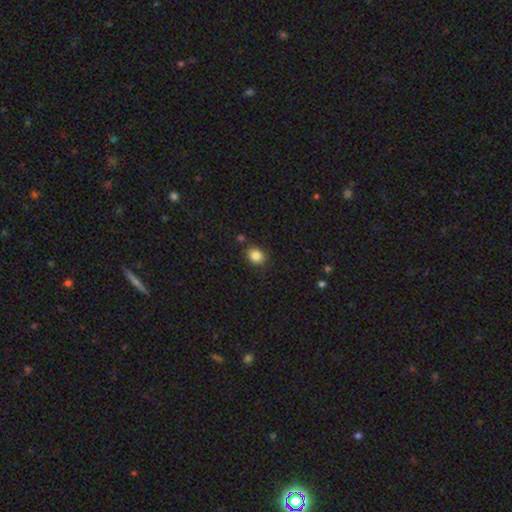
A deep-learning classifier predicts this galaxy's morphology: A smooth galaxy with no disk features (85%) that is round (63%).

Vote fractions:
- Smooth or featured? smooth: 85% / star or artifact: 10% / featured or disk: 5%
- How rounded? round: 63% / in between: 36% / cigar-shaped: 1%
- Merging? none: 80% / minor disturbance: 12% / merger: 5% / major disturbance: 3%